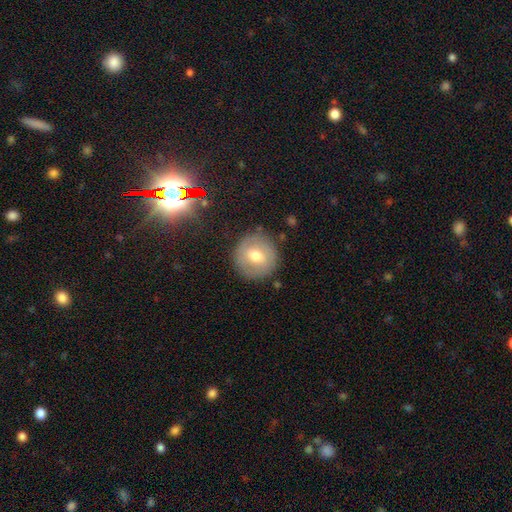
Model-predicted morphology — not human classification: The model was most divided on "smooth or featured": smooth: 62%, featured or disk: 28%, star or artifact: 9%. More confident: how rounded — round (93%); merging — none (85%).